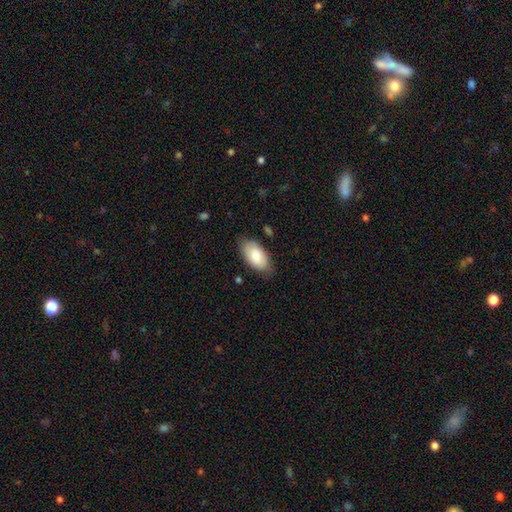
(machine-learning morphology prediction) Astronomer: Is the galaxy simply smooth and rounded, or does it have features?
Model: smooth — 81%.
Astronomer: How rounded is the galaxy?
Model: in between — 95%.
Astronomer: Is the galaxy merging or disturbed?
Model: none — 78%.